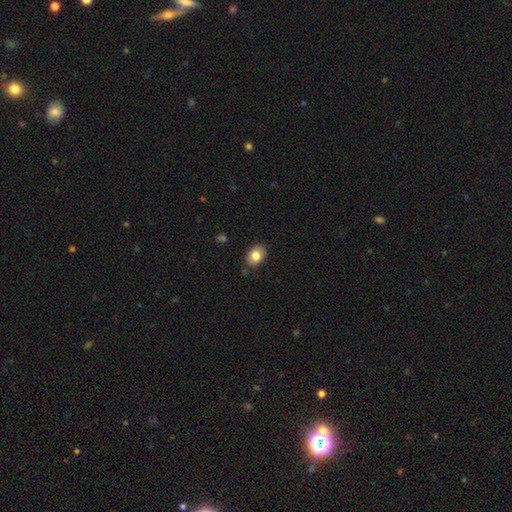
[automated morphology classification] A smooth galaxy with no disk features (82%) that is in between round and cigar-shaped (72%).

Vote fractions:
- Smooth or featured? smooth: 82% / featured or disk: 10% / star or artifact: 8%
- How rounded? in between: 72% / round: 27% / cigar-shaped: 1%
- Merging? none: 84% / minor disturbance: 12% / major disturbance: 2% / merger: 2%